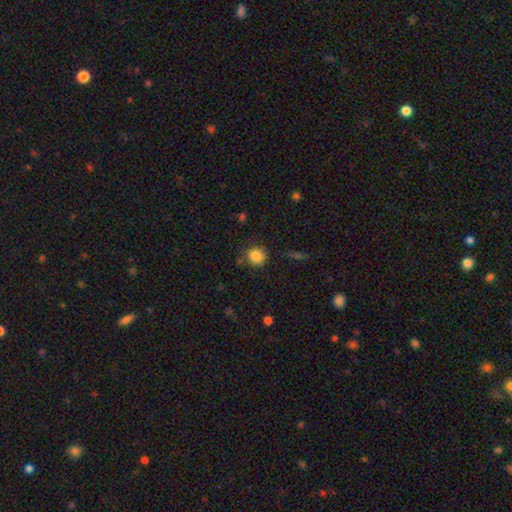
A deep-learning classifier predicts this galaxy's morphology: A smooth galaxy with no disk features (84%) that is round (90%).

Vote fractions:
- Smooth or featured? smooth: 84% / star or artifact: 10% / featured or disk: 5%
- How rounded? round: 90% / in between: 9% / cigar-shaped: 1%
- Merging? none: 79% / minor disturbance: 14% / major disturbance: 4% / merger: 3%